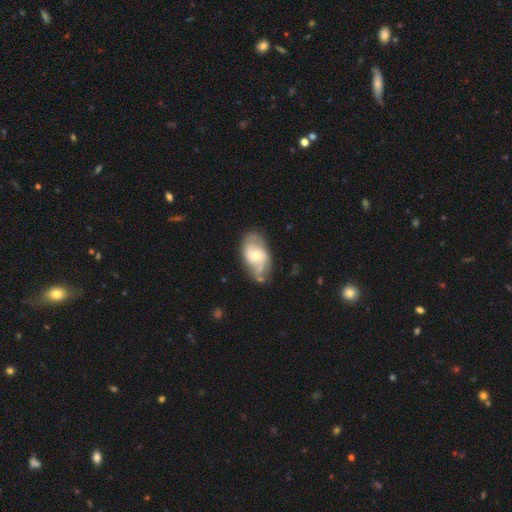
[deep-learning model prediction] This is likely a featured or disk galaxy (72%). It is clearly not viewed edge-on (96%). Bar: possibly no (53%). Spiral arm pattern: clearly yes (91%). Spiral arm count: likely 2 (72%). Spiral winding: possibly medium (46%). Central bulge: possibly small (50%). Merging: likely none (62%).